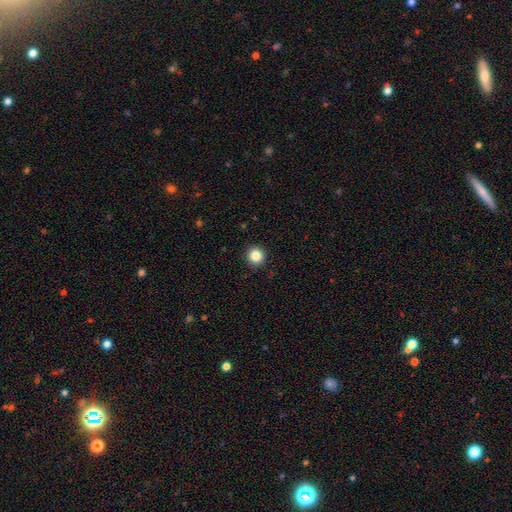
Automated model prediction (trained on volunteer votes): The model was most divided on "smooth or featured": smooth: 84%, star or artifact: 11%, featured or disk: 5%. More confident: how rounded — round (94%); merging — none (93%).